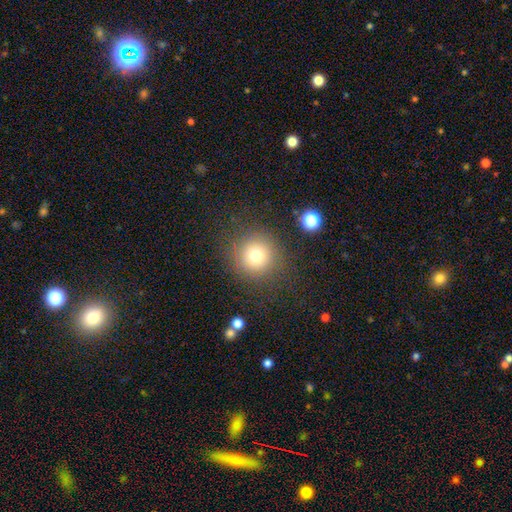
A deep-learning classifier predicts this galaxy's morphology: Smooth or featured: smooth — 74% (star or artifact — 15%)
How rounded: round — 95% (in between — 5%)
Merging: none — 85% (minor disturbance — 8%)